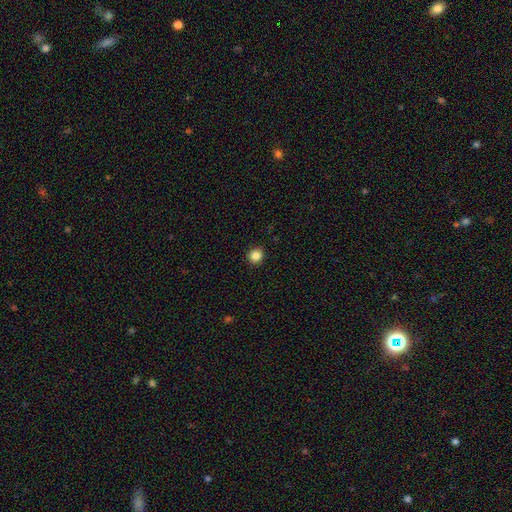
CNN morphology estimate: Overall: smooth (85%). How rounded: round (89%). Merging: none (92%).